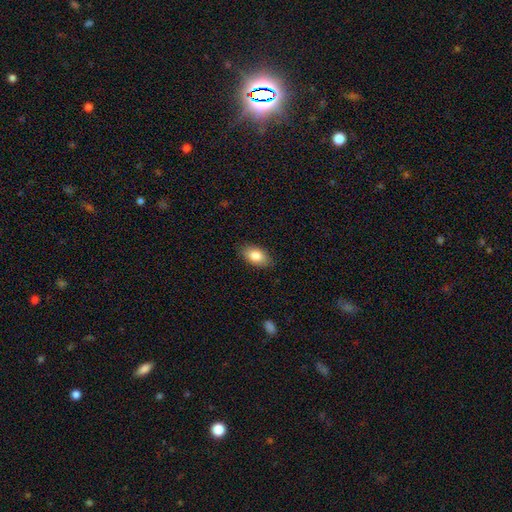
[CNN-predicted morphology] This appears to be a smooth galaxy with no disk features (84%) that is in between round and cigar-shaped (92%). Merging: none (86%).